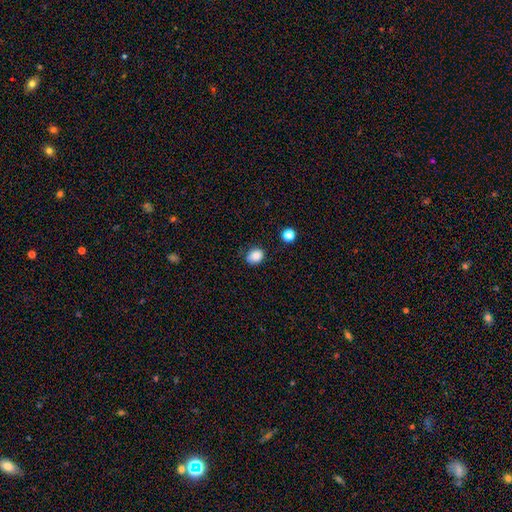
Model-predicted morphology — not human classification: smooth 86%, star or artifact 10%, featured or disk 4%. Down the decision tree: how rounded — round (57%); merging — none (76%).